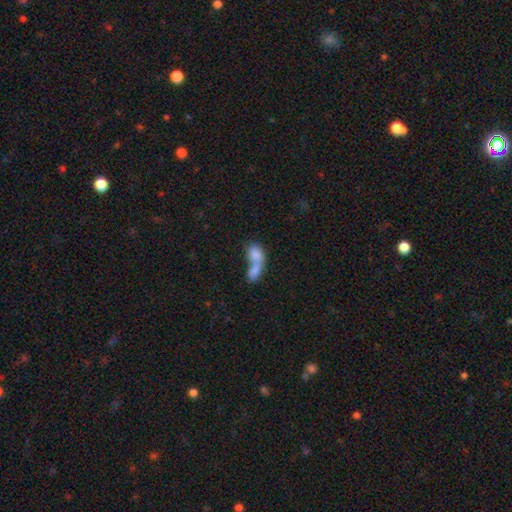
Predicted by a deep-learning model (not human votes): Overall: smooth (79%). How rounded: in between (80%). Merging: merger (77%).